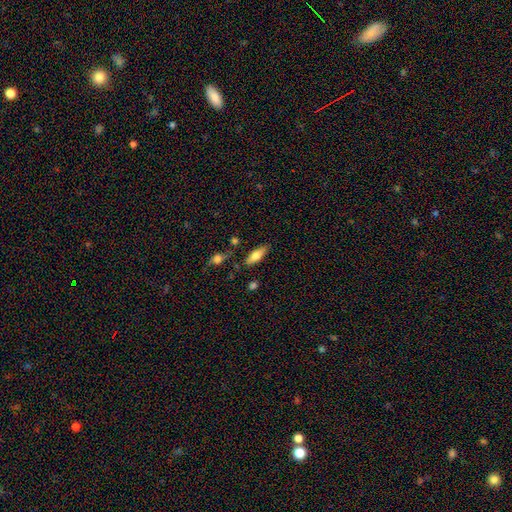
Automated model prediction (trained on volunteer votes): Smooth or featured: smooth — 67% (featured or disk — 26%)
How rounded: in between — 62% (cigar-shaped — 36%)
Merging: none — 79% (minor disturbance — 13%)